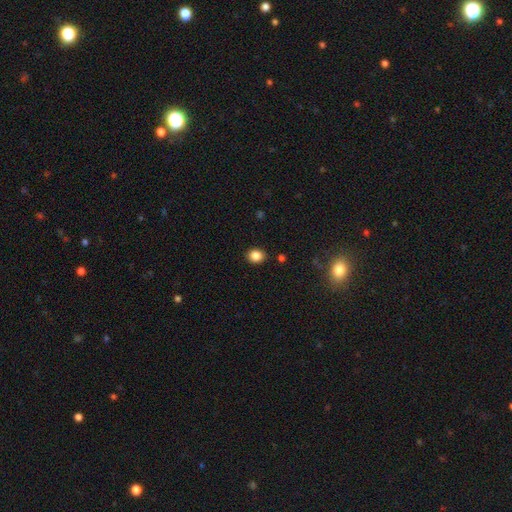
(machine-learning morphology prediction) This is clearly a smooth galaxy (85%). How rounded: possibly round (55%). Merging: clearly none (88%).